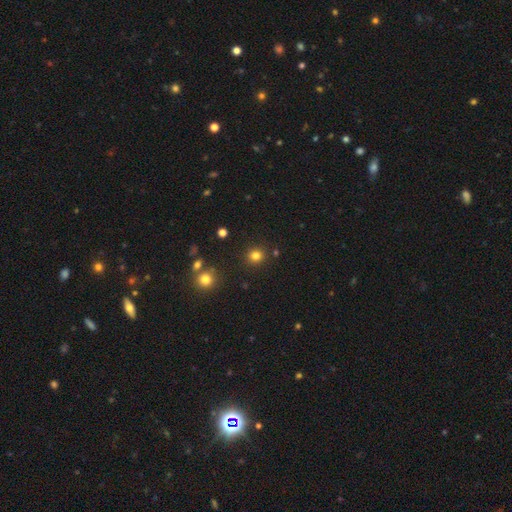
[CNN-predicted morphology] smooth-or-featured: smooth: 80% | star or artifact: 15% | featured or disk: 5%
  how-rounded: round: 89% | in between: 10% | cigar-shaped: 1%
  merging: none: 88% | minor disturbance: 6% | merger: 3% | major disturbance: 2%